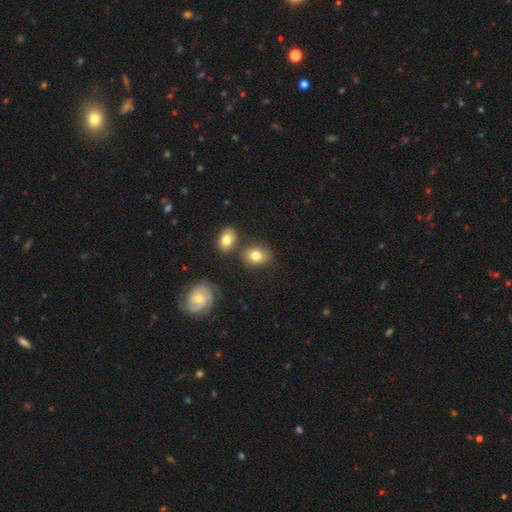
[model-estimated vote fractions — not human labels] This is likely a smooth galaxy (78%). How rounded: possibly round (50%). Merging: likely none (73%).